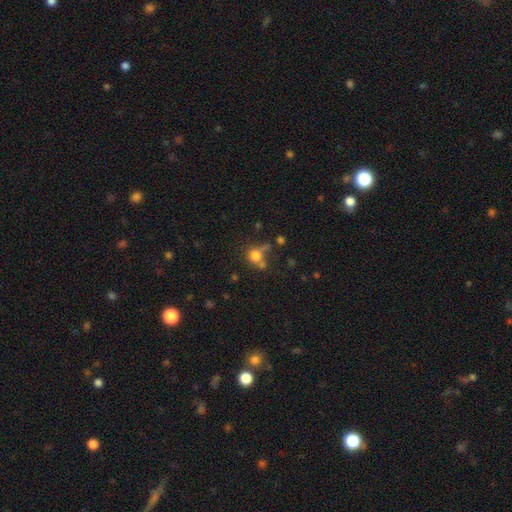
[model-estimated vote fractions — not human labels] Overall: smooth (75%). How rounded: round (79%). Merging: none (45%; merger 29%).